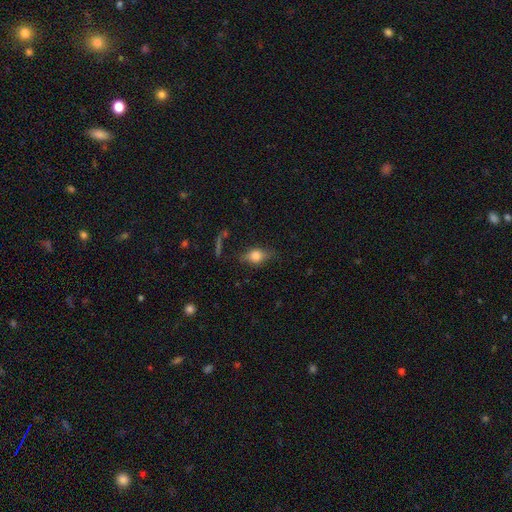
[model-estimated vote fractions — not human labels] This appears to be a smooth galaxy with no disk features (64%) that is in between round and cigar-shaped (70%). Merging: none (75%).